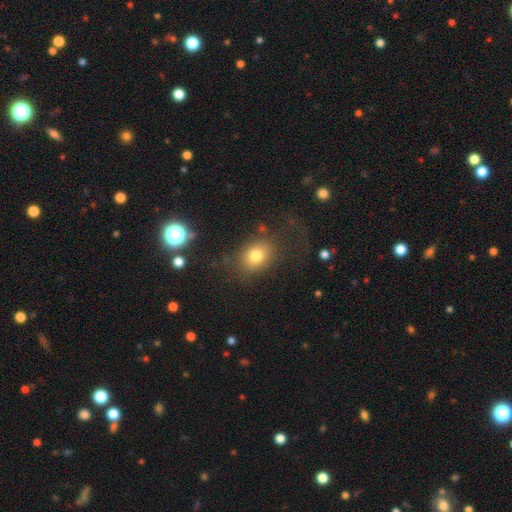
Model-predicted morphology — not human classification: Q: Smooth or featured?
A: smooth (76%); runner-up: star or artifact (12%)
Q: How rounded?
A: in between (52%); runner-up: round (47%)
Q: Merging?
A: none (67%); runner-up: major disturbance (15%)